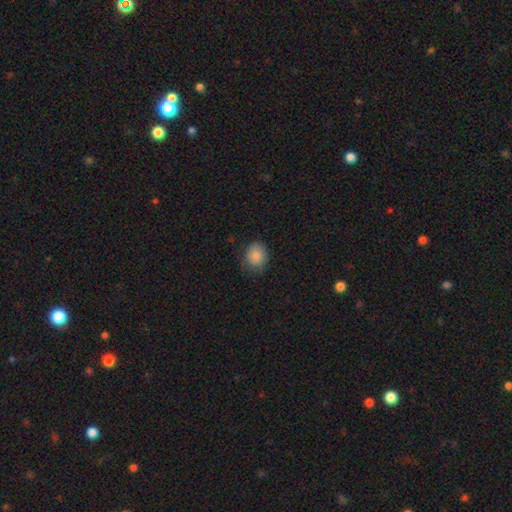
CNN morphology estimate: Smooth or featured?
  - smooth: 87% *
  - star or artifact: 9%
  - featured or disk: 5%
How rounded?
  - round: 69% *
  - in between: 30%
  - cigar-shaped: 1%
Merging?
  - none: 75% *
  - minor disturbance: 19%
  - major disturbance: 5%
  - merger: 1%